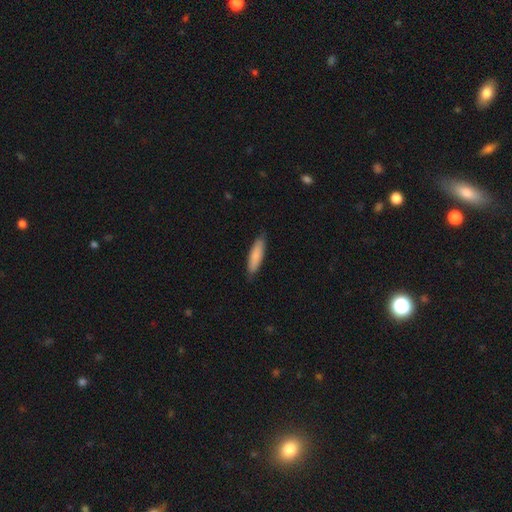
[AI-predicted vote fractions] The model was most divided on "how rounded": cigar-shaped: 71%, in between: 28%, round: 1%. More confident: merging — none (86%); smooth or featured — smooth (84%).